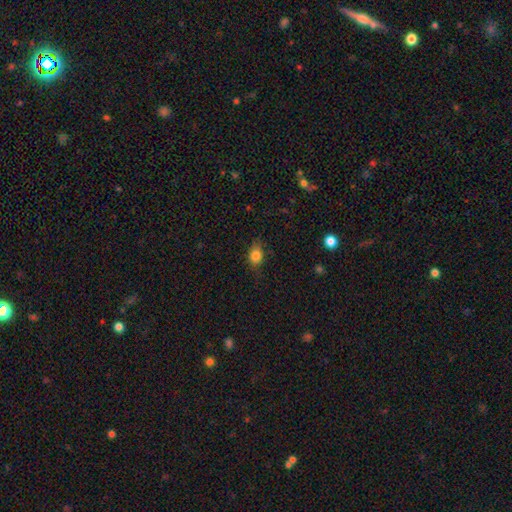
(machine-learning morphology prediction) smooth_or_featured: smooth (p=0.81) [alt: star or artifact p=0.11]
how_rounded: in between (p=0.57) [alt: round p=0.40]
merging: none (p=0.71) [alt: minor disturbance p=0.22]